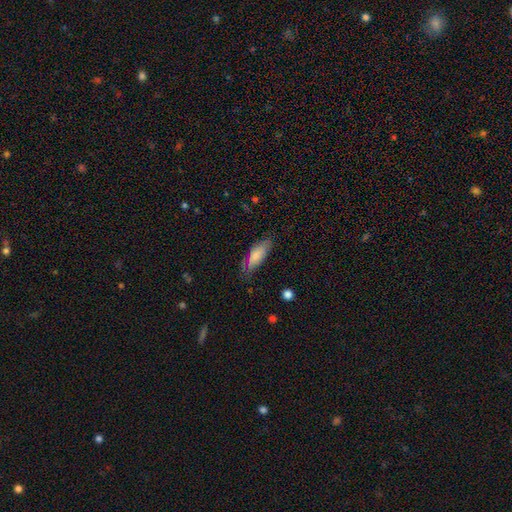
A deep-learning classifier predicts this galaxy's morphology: This appears to be a smooth galaxy with no disk features (77%) that is in between round and cigar-shaped (73%). Merging: none (66%).